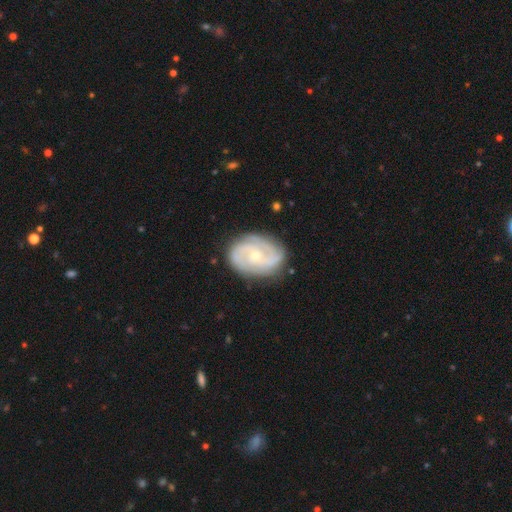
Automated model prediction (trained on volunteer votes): This appears to be a featured or disk galaxy (85%) with no bar (66%), 2 (40%) tight (49%) spiral arms (96%) and a small central bulge (66%). Merging: none (80%).